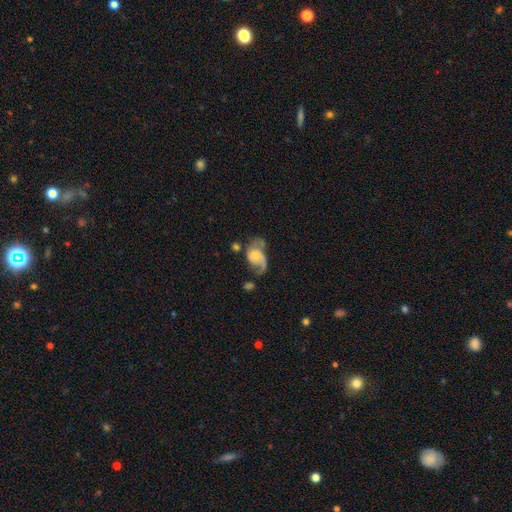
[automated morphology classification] This is likely a featured or disk galaxy (70%). It is clearly not viewed edge-on (97%). Bar: likely no (70%). Spiral arm pattern: clearly yes (86%). Spiral arm count: possibly 2 (54%). Spiral winding: marginally medium (41%). Central bulge: possibly moderate (45%). Merging: marginally none (35%).